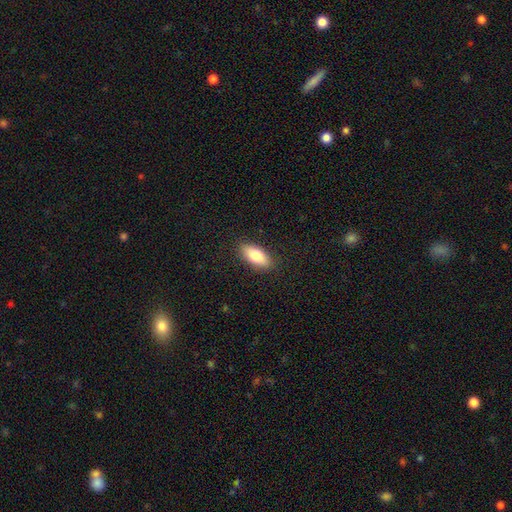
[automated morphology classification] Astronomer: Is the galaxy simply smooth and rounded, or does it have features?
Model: smooth — 81%.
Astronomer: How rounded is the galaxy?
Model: in between — 82%.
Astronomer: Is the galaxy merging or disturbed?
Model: none — 88%.